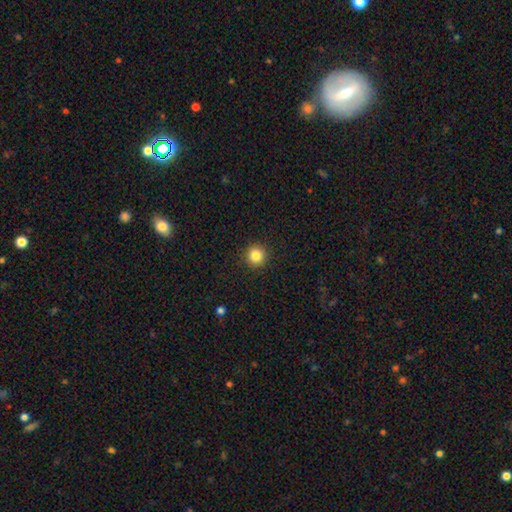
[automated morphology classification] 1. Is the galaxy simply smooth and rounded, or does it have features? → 84% smooth, 11% star or artifact, 5% featured or disk.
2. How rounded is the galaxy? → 95% round, 4% in between, 1% cigar-shaped.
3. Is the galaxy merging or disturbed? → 93% none, 5% minor disturbance, 2% major disturbance, 1% merger.